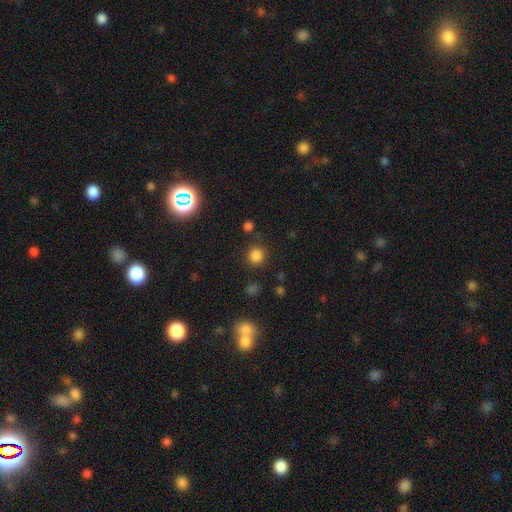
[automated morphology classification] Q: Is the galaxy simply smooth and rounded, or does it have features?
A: smooth — 81%.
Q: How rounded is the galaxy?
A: round — 91%.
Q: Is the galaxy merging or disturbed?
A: none — 85%.